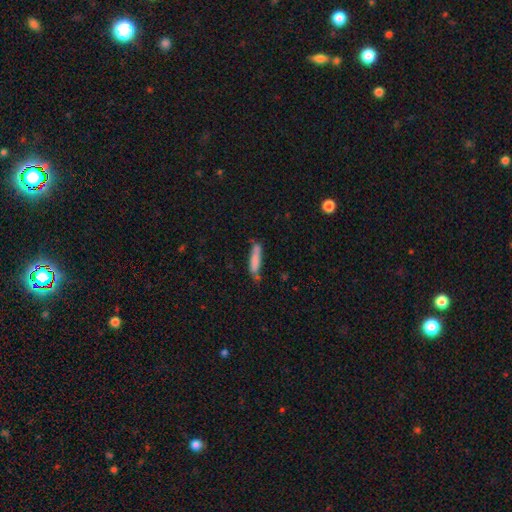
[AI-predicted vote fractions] Smooth or featured? Predicted: smooth (p=0.75). How rounded? Predicted: cigar-shaped (p=0.86). Merging? Predicted: none (p=0.67).